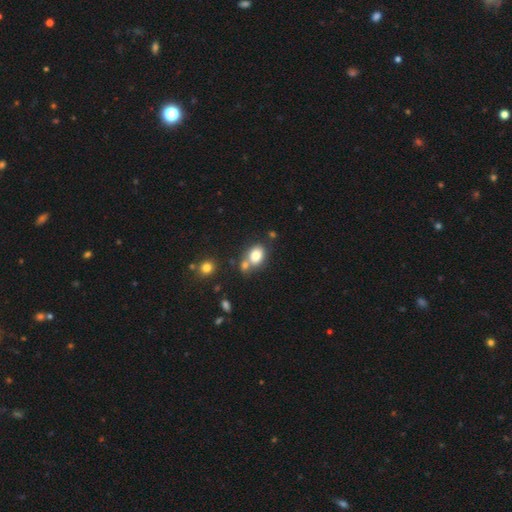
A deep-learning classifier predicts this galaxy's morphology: Smooth or featured? smooth (82%)
How rounded? in between (69%)
Merging? none (53%)